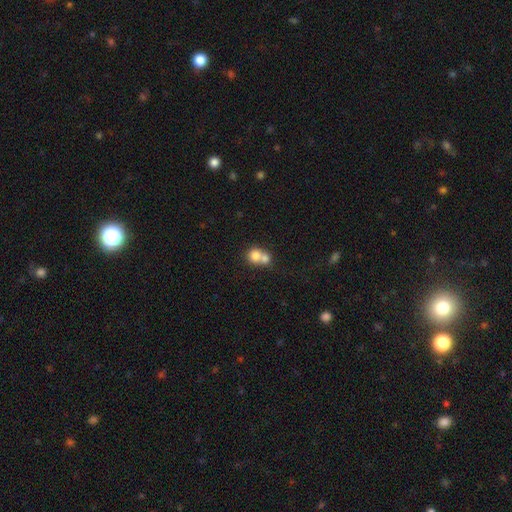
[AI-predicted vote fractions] Morphology: type=smooth (77%); roundness=round (79%); merging=merger (67%).